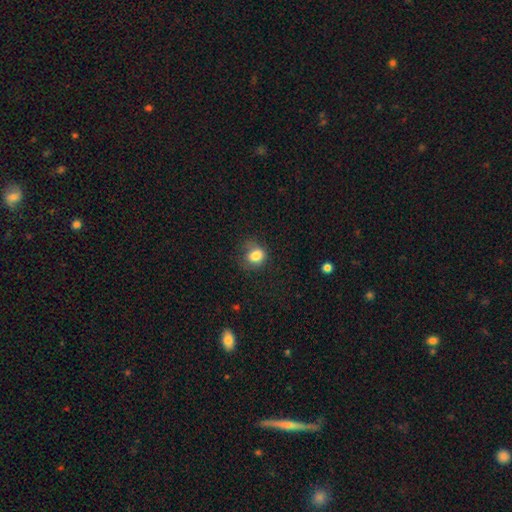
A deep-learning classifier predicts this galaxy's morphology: smooth 82%, star or artifact 10%, featured or disk 7%. Down the decision tree: how rounded — round (58%); merging — none (59%).